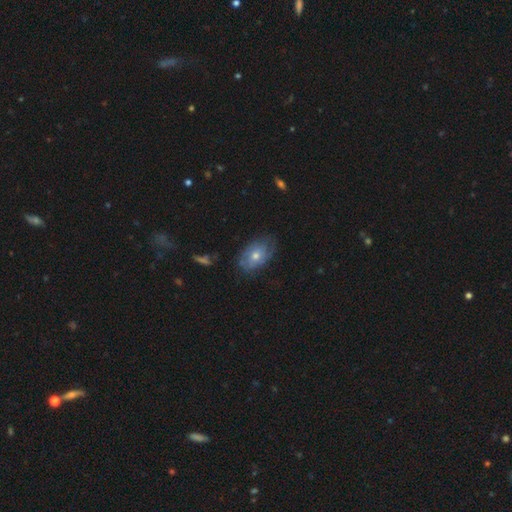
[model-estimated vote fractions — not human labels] smooth_or_featured: featured or disk (p=0.50) [alt: smooth p=0.39]
disk_edge_on: no (p=0.93) [alt: yes p=0.07]
merging: none (p=0.70) [alt: minor disturbance p=0.22]